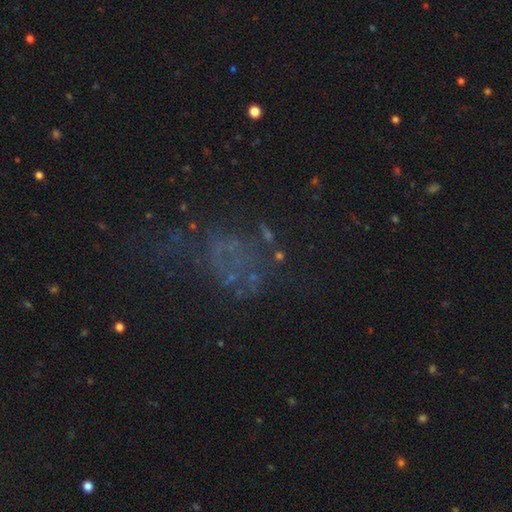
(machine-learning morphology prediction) Smooth or featured? Predicted: featured or disk (p=0.39). Merging? Predicted: none (p=0.45).